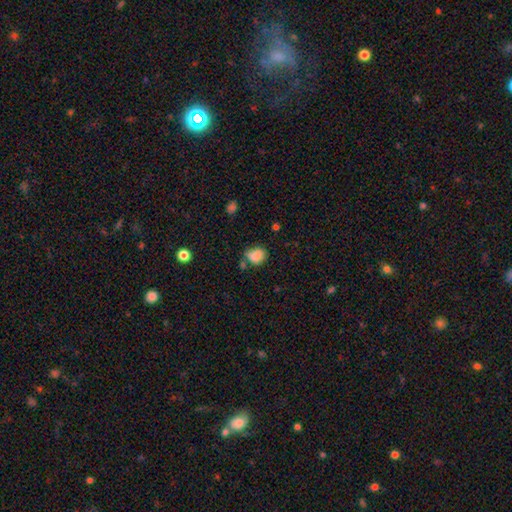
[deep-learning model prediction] Smooth or featured? Predicted: smooth (p=0.84). How rounded? Predicted: round (p=0.51). Merging? Predicted: none (p=0.53).